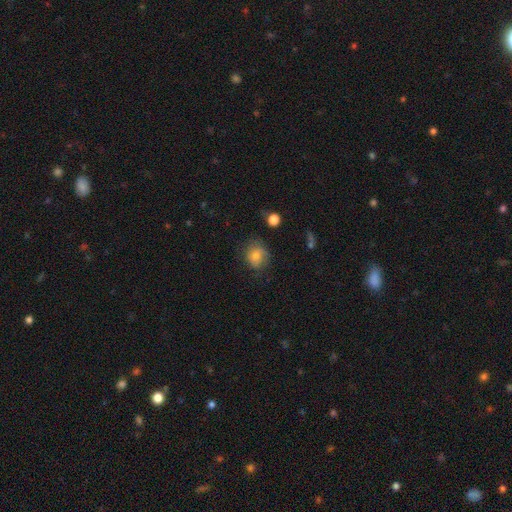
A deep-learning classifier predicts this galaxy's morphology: type=smooth (72%); roundness=round (68%); merging=none (65%).